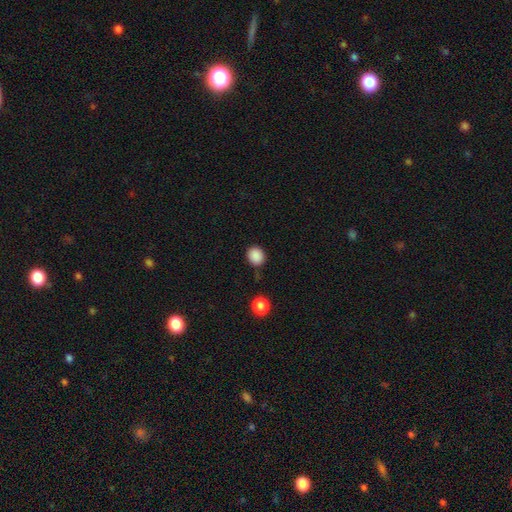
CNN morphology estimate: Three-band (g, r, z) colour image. It shows a smooth galaxy with no disk features (87%) that is round (75%). Merging: none (81%).